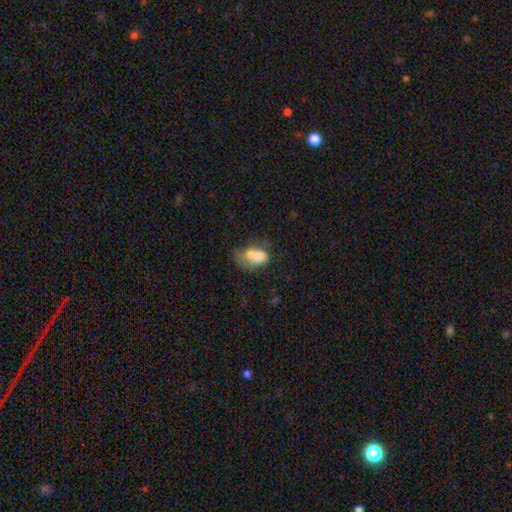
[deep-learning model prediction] This appears to be a smooth galaxy with no disk features (63%) that is in between round and cigar-shaped (78%). Merging: merger (56%).